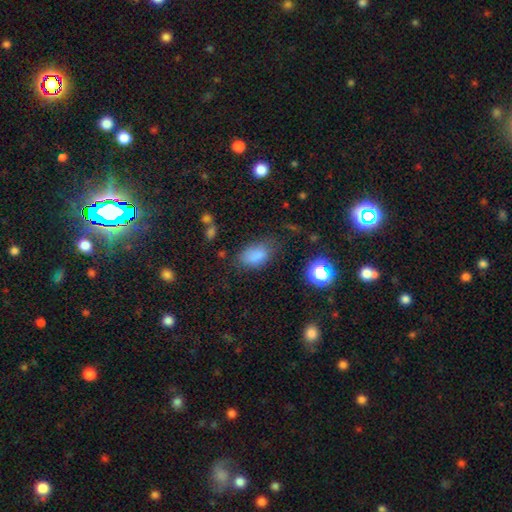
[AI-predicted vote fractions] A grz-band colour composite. It shows a smooth galaxy with no disk features (80%) that is in between round and cigar-shaped (88%). Merging: none (61%).